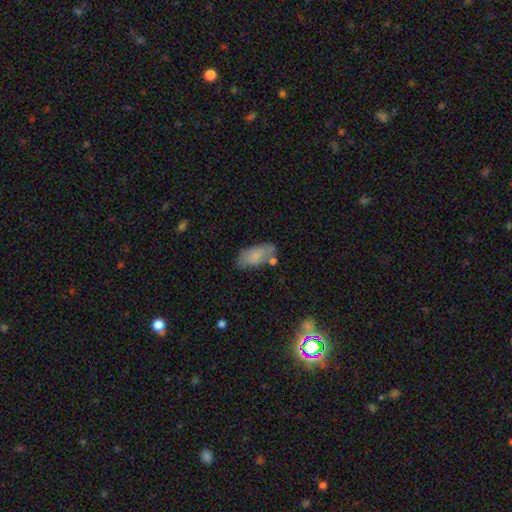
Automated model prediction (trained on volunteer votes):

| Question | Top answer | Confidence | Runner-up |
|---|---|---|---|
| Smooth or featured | smooth | 76% | featured or disk (16%) |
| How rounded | in between | 89% | cigar-shaped (8%) |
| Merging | none | 62% | minor disturbance (22%) |